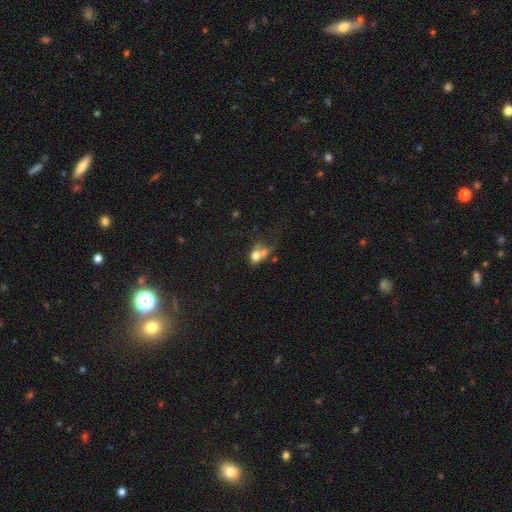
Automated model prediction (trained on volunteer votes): A smooth galaxy with no disk features (65%) that is in between round and cigar-shaped (63%).

Vote fractions:
- Smooth or featured? smooth: 65% / featured or disk: 22% / star or artifact: 13%
- How rounded? in between: 63% / round: 33% / cigar-shaped: 4%
- Merging? merger: 49% / none: 21% / major disturbance: 17% / minor disturbance: 13%